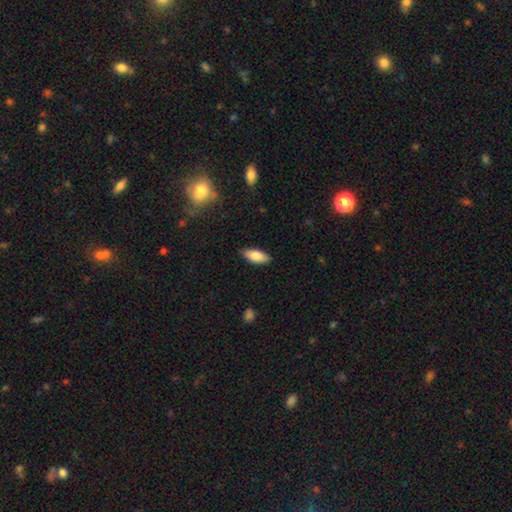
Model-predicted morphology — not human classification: Q: Smooth or featured?
A: smooth (80%); runner-up: featured or disk (14%)
Q: How rounded?
A: in between (81%); runner-up: cigar-shaped (17%)
Q: Merging?
A: none (85%); runner-up: minor disturbance (11%)